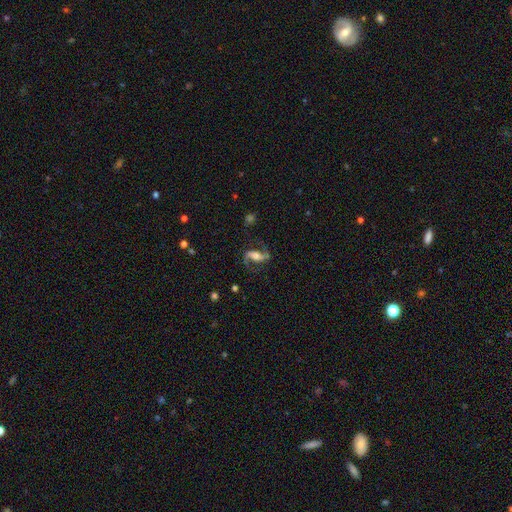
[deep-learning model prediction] The model was most divided on "spiral winding": loose: 48%, medium: 42%, tight: 10%. Remaining: spiral arms — yes (96%); edge-on disk — no (94%); spiral arm count — 2 (93%); smooth or featured — featured or disk (86%); merging — none (77%); bulge size — moderate (59%); bar — strong (45%).